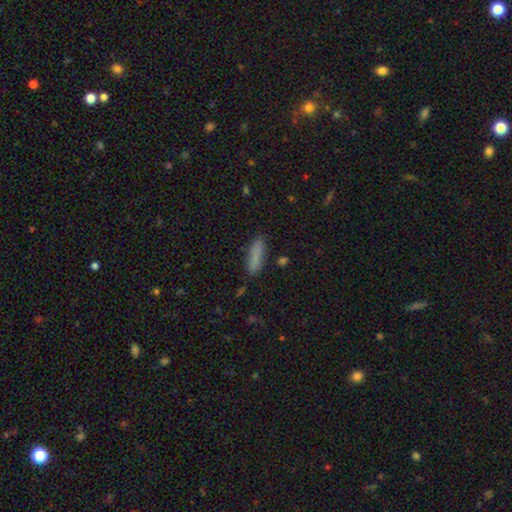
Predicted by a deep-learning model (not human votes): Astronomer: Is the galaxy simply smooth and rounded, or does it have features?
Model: smooth — 85%.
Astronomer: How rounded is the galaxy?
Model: cigar-shaped — 71%.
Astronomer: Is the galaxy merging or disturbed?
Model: none — 85%.